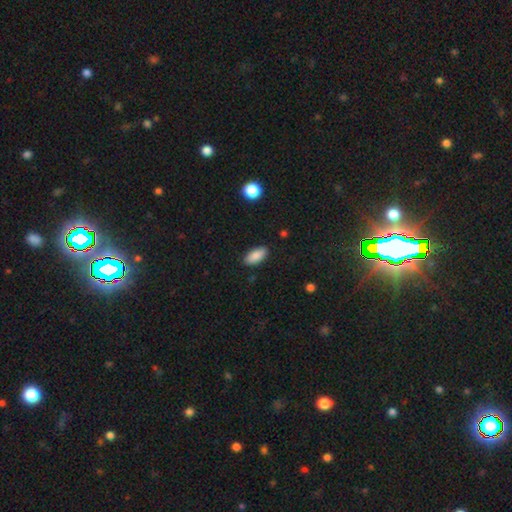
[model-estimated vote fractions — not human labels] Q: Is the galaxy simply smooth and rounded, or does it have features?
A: smooth — 88%.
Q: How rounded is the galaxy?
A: in between — 90%.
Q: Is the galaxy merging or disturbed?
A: none — 88%.